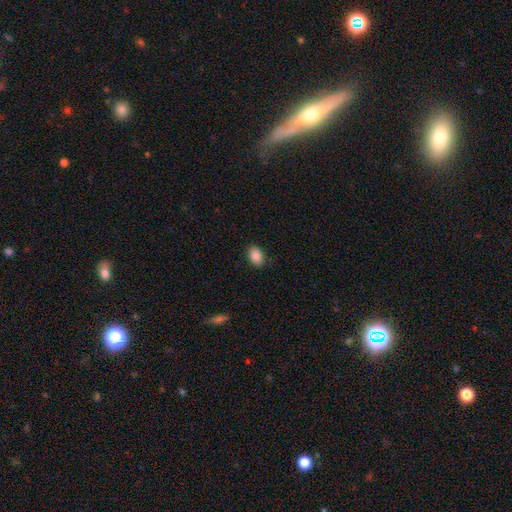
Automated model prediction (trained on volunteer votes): Q: Smooth or featured?
A: smooth (88%); runner-up: star or artifact (8%)
Q: How rounded?
A: in between (81%); runner-up: round (18%)
Q: Merging?
A: none (87%); runner-up: minor disturbance (10%)